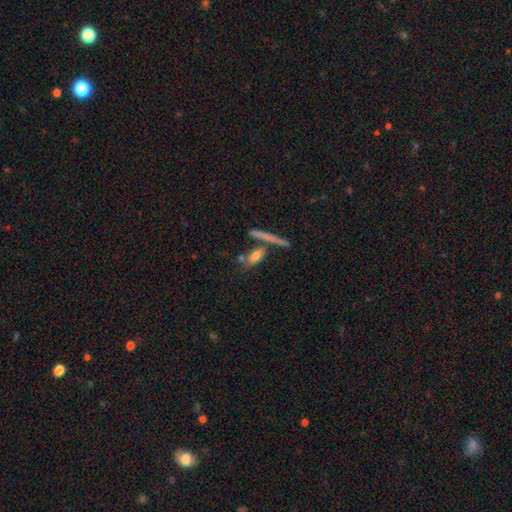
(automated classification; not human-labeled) A smooth galaxy with no disk features (69%) that is in between round and cigar-shaped (51%). Merging: none (59%).